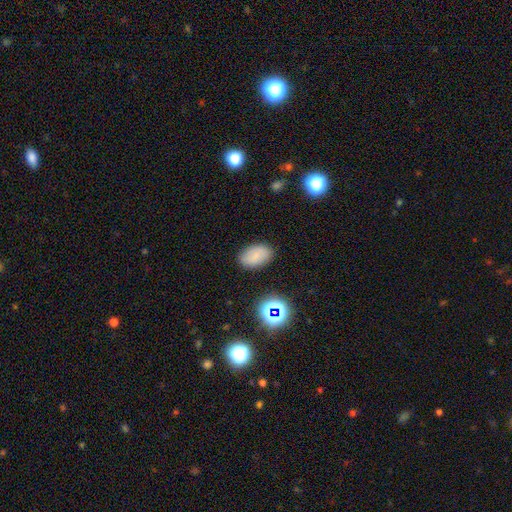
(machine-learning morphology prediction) smooth 77%, star or artifact 12%, featured or disk 11%. Down the decision tree: how rounded — in between (91%); merging — none (85%).